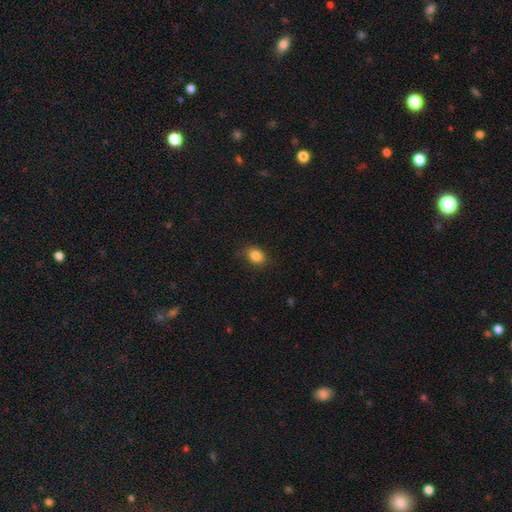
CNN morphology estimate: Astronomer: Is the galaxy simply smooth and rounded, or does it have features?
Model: smooth — 85%.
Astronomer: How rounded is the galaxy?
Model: in between — 63%.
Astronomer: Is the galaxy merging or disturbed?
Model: none — 84%.